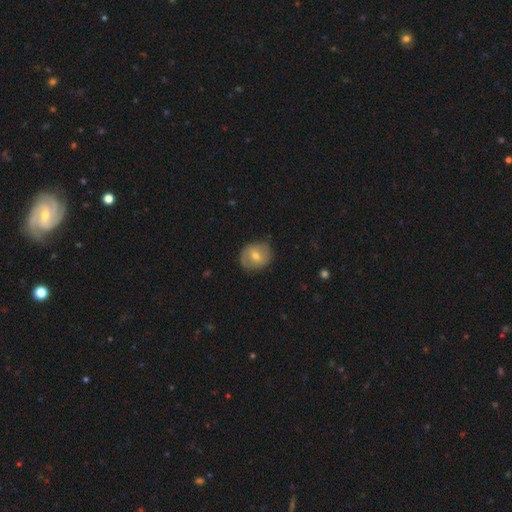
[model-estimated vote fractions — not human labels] The model was most divided on "smooth or featured": smooth: 56%, featured or disk: 36%, star or artifact: 8%. More confident: merging — none (78%); how rounded — round (75%).